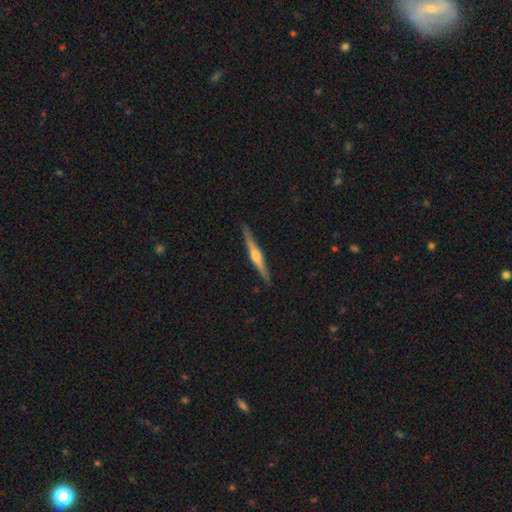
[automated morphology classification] This appears to be a featured or disk galaxy (72%) viewed edge-on (98%) with a rounded central bulge (84%). Merging: none (90%).